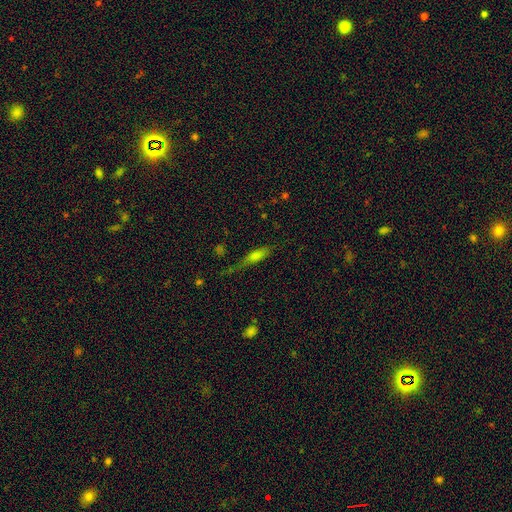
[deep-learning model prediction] The model was most divided on "how rounded": cigar-shaped: 59%, in between: 37%, round: 4%. More confident: smooth or featured — smooth (64%); merging — none (50%).